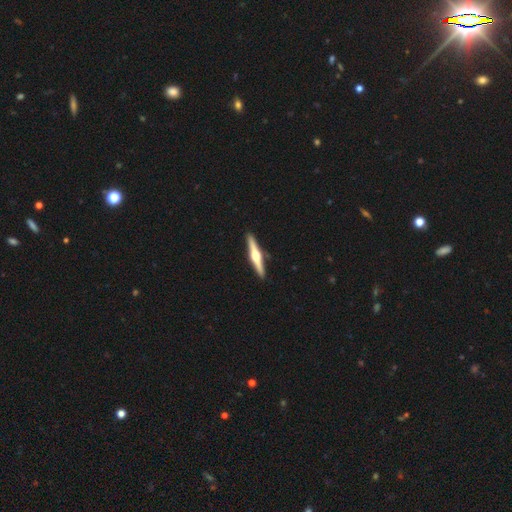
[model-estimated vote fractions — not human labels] Smooth or featured: featured or disk — 74% (smooth — 21%)
Edge-on disk: yes — 98% (no — 2%)
Edge-on bulge: rounded — 94% (boxy — 3%)
Merging: none — 92% (minor disturbance — 5%)